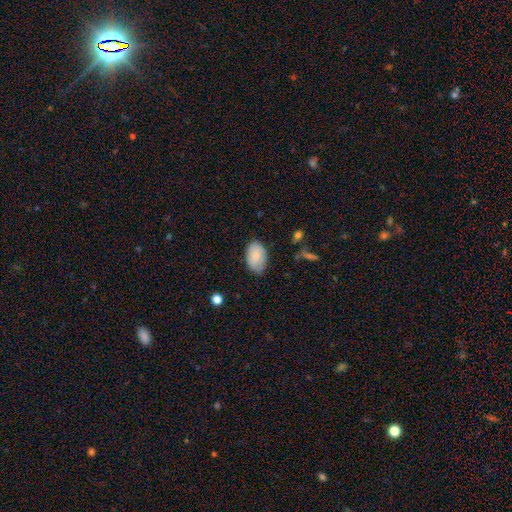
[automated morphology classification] Smooth or featured? smooth (82%)
How rounded? in between (92%)
Merging? none (75%)